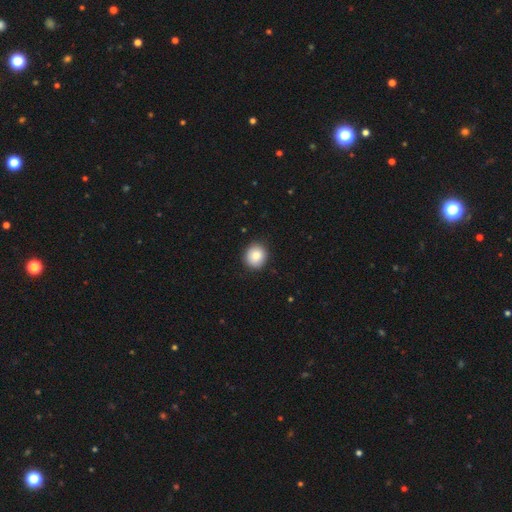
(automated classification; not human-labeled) This is clearly a smooth galaxy (85%). How rounded: clearly round (85%). Merging: clearly none (89%).